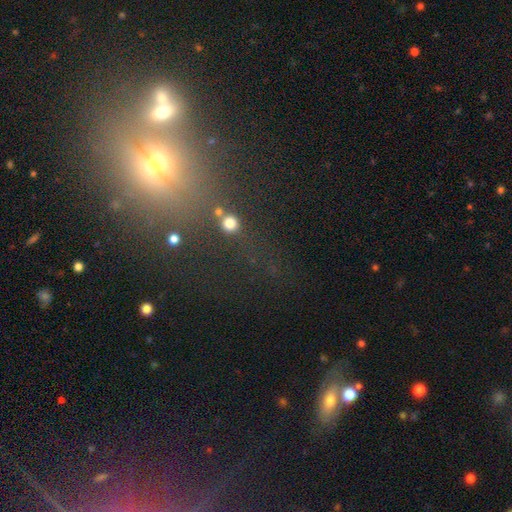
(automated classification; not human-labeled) smooth_or_featured: star or artifact (p=0.47) [alt: smooth p=0.32]